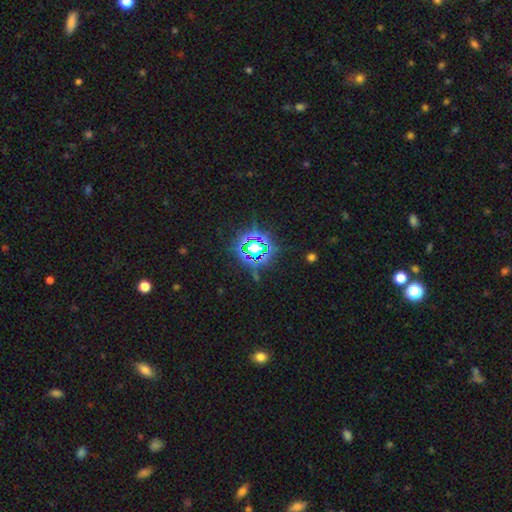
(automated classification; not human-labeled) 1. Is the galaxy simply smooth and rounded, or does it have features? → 80% star or artifact, 13% smooth, 7% featured or disk.